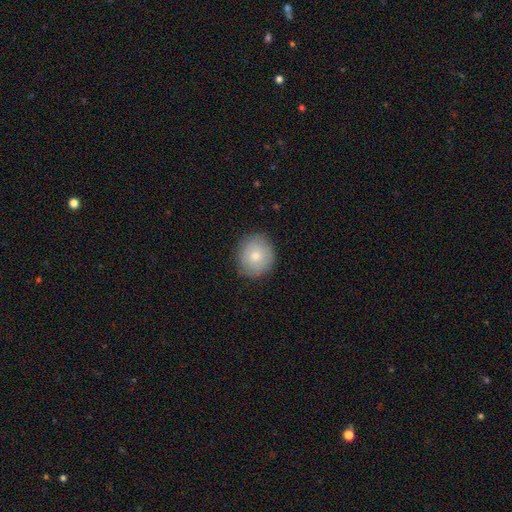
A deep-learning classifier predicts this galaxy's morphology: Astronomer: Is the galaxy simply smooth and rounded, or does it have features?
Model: smooth — 77%.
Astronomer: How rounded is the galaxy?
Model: round — 78%.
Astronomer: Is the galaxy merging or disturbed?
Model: none — 85%.